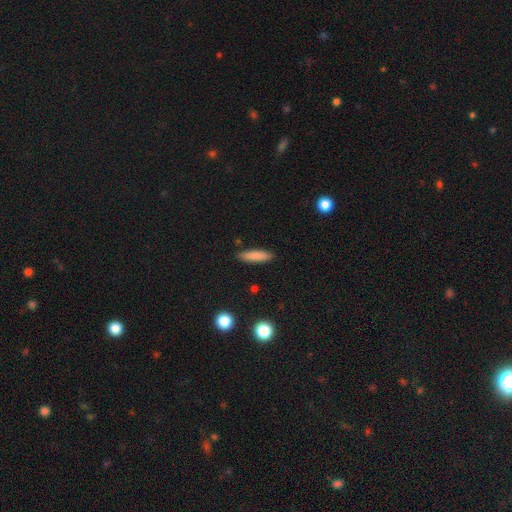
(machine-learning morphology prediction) type=smooth (84%); roundness=cigar-shaped (72%); merging=none (88%).